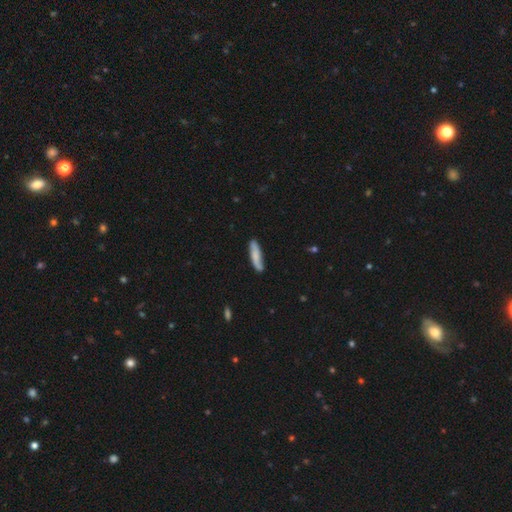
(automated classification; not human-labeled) The model was most divided on "smooth or featured": smooth: 67%, featured or disk: 28%, star or artifact: 6%. More confident: merging — none (77%); how rounded — cigar-shaped (76%).